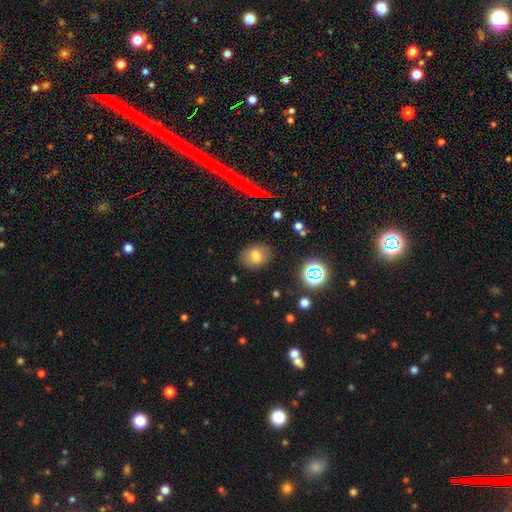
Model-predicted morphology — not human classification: smooth_or_featured: smooth (p=0.76) [alt: star or artifact p=0.13]
how_rounded: in between (p=0.55) [alt: round p=0.43]
merging: none (p=0.85) [alt: minor disturbance p=0.10]